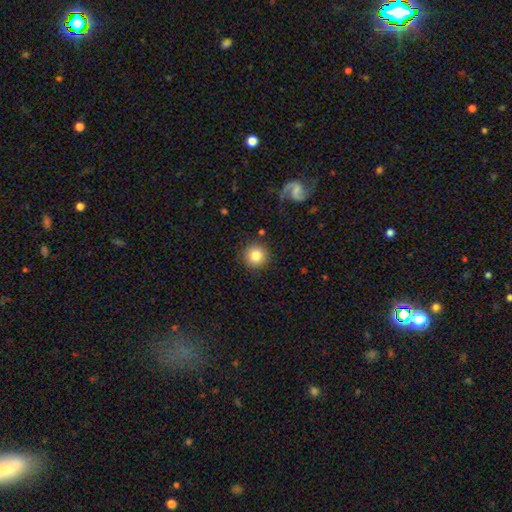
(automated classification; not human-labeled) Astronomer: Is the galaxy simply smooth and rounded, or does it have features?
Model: smooth — 83%.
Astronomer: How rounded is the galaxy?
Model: round — 95%.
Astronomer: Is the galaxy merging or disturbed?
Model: none — 89%.